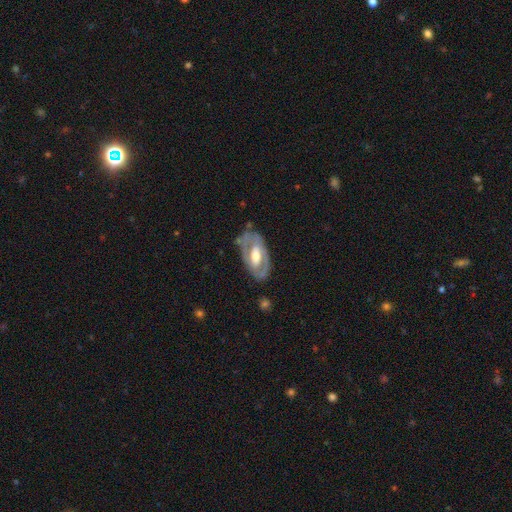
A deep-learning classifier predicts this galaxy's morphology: featured or disk 74%, smooth 21%, star or artifact 5%. Down the decision tree: edge-on disk — no (92%); bar — weak (38%); spiral arms — yes (58%); bulge size — moderate (64%); merging — none (73%).